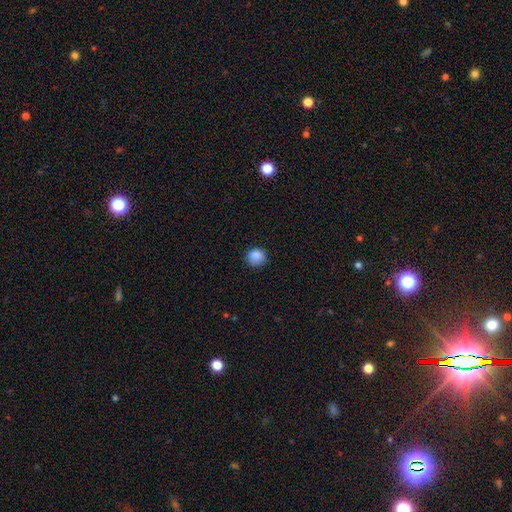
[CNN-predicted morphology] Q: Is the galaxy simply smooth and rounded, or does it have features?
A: smooth — 87%.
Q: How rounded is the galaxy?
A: round — 86%.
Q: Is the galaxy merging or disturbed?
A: none — 81%.